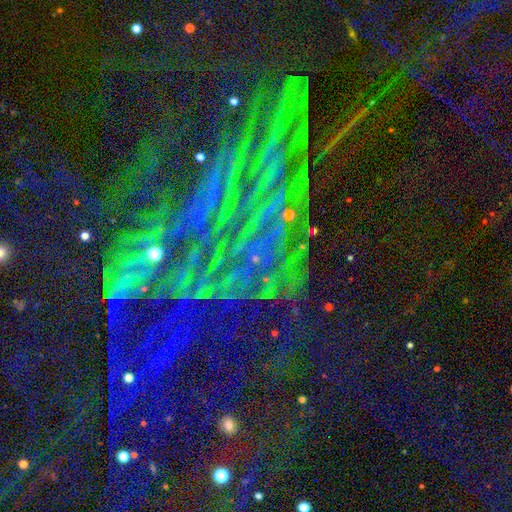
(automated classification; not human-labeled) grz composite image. It shows a star or artifact, not a galaxy (83%).